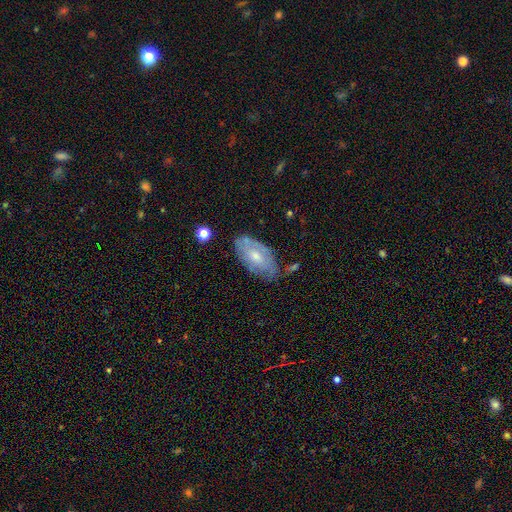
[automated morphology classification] Overall: featured or disk (48%; smooth 45%). Merging: none (63%; minor disturbance 26%).